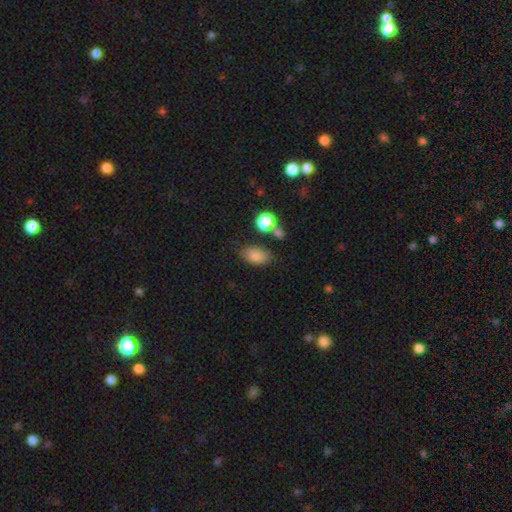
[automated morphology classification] This is clearly a smooth galaxy (83%). How rounded: clearly in between (89%). Merging: likely none (72%).